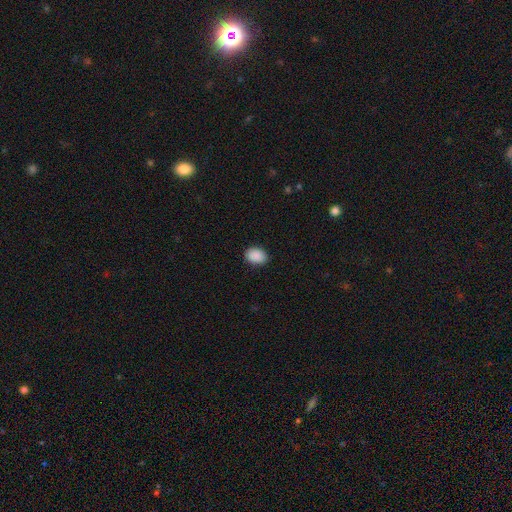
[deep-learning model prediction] Smooth or featured? Predicted: smooth (p=0.90). How rounded? Predicted: in between (p=0.76). Merging? Predicted: none (p=0.88).